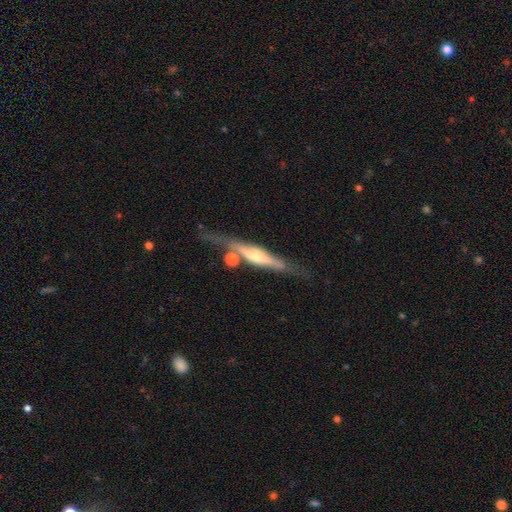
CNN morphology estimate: Smooth or featured: featured or disk — 76% (smooth — 18%)
Edge-on disk: yes — 92% (no — 8%)
Edge-on bulge: rounded — 70% (boxy — 18%)
Merging: none — 65% (minor disturbance — 18%)